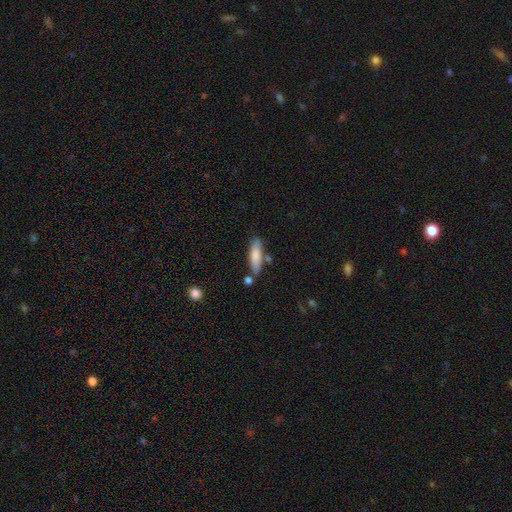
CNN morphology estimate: The model was most divided on "how rounded": cigar-shaped: 55%, in between: 43%, round: 2%. More confident: smooth or featured — smooth (82%); merging — none (73%).